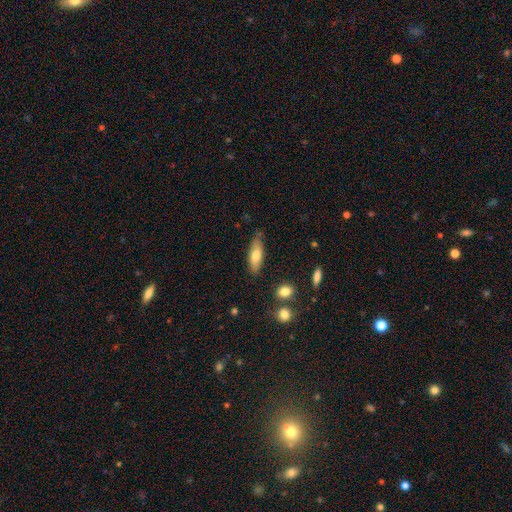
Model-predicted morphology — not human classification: A smooth galaxy with no disk features (72%) that is in between round and cigar-shaped (55%). Merging: none (76%).